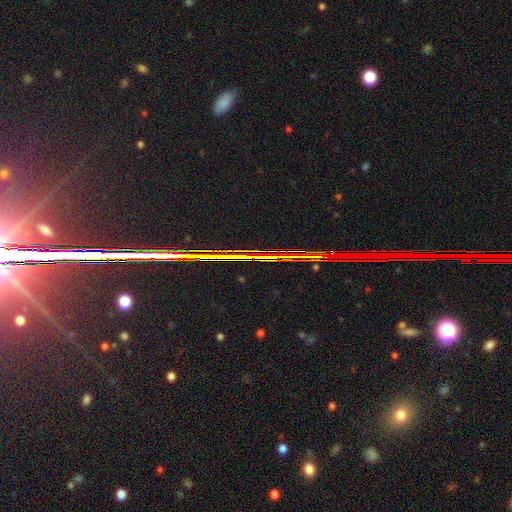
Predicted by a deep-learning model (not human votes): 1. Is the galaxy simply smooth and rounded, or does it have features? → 85% star or artifact, 8% featured or disk, 6% smooth.